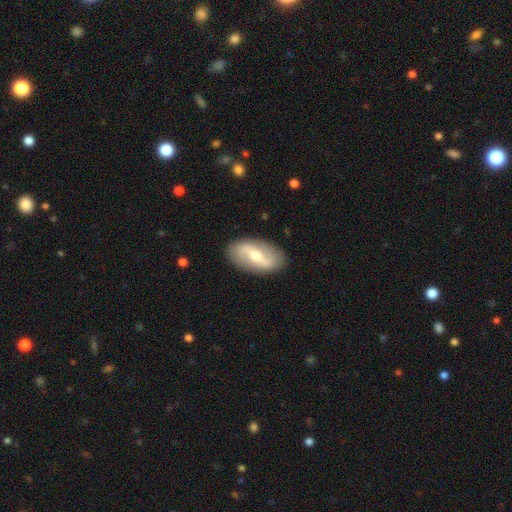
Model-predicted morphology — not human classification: Smooth or featured: featured or disk — 72% (smooth — 23%)
Edge-on disk: no — 92% (yes — 8%)
Bar: weak — 44% (strong — 37%)
Spiral arms: yes — 76% (no — 24%)
Spiral winding: loose — 64% (medium — 25%)
Spiral arm count: 2 — 90% (can't tell — 6%)
Bulge size: moderate — 65% (small — 27%)
Merging: none — 88% (minor disturbance — 8%)